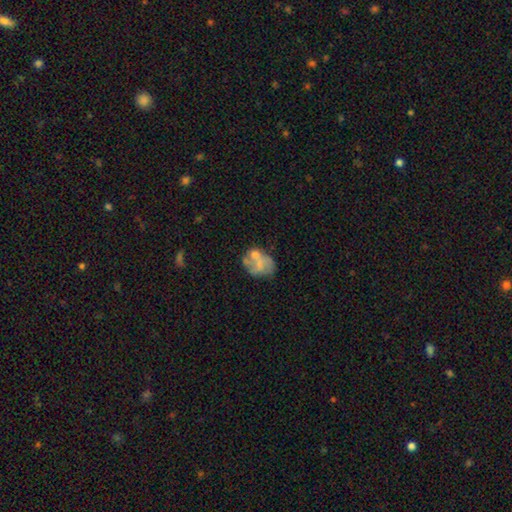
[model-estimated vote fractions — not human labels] This appears to be a featured or disk galaxy (51%). Merging: none (47%).